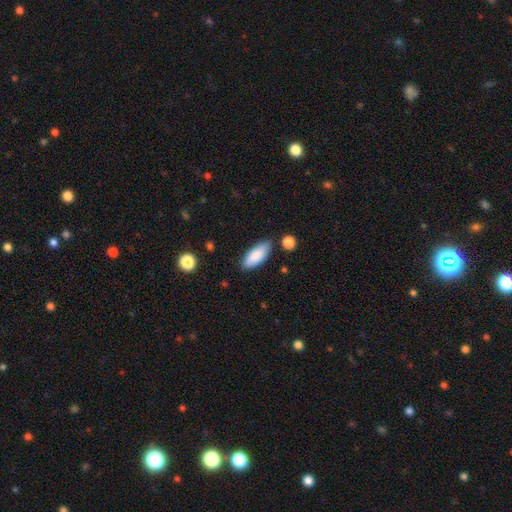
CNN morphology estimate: smooth_or_featured: smooth (p=0.85) [alt: featured or disk p=0.09]
how_rounded: in between (p=0.79) [alt: cigar-shaped p=0.19]
merging: none (p=0.82) [alt: minor disturbance p=0.12]